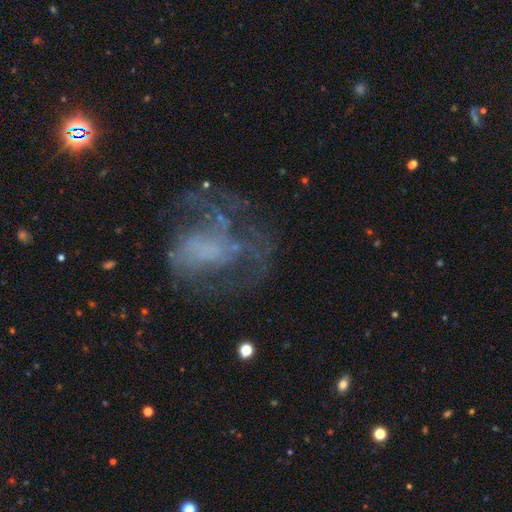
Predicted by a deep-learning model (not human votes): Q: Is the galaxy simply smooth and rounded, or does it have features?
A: featured or disk — 63%.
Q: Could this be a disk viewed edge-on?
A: no — 97%.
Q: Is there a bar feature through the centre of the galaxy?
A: no — 77%.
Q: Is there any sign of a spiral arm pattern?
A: no — 55%.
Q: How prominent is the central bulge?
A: none — 64%.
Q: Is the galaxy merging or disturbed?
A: none — 40%, tied with major disturbance.